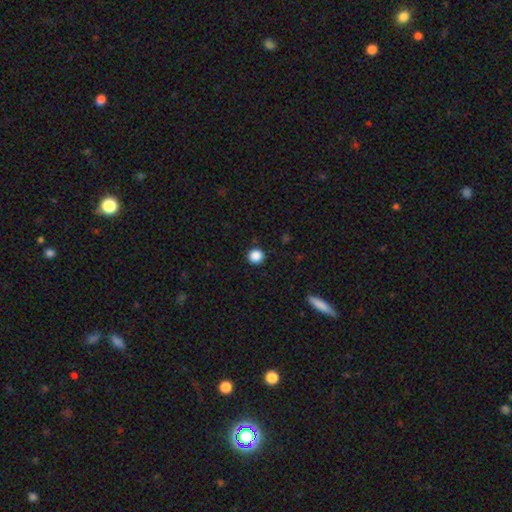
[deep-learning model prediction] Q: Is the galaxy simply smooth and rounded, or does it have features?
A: smooth — 88%.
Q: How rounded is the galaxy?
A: round — 93%.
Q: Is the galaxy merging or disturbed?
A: none — 91%.